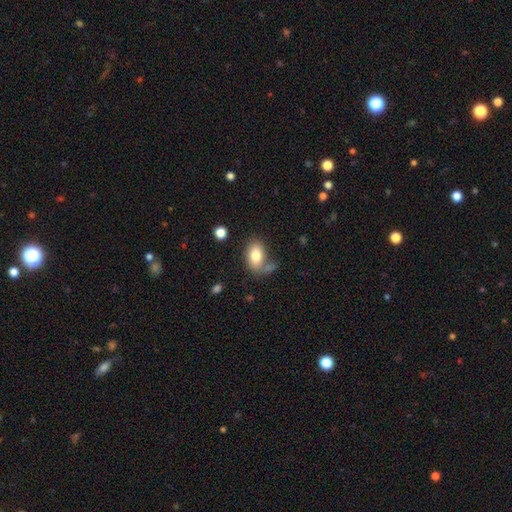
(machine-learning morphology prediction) Overall: smooth (79%). How rounded: in between (88%). Merging: none (54%; minor disturbance 20%).